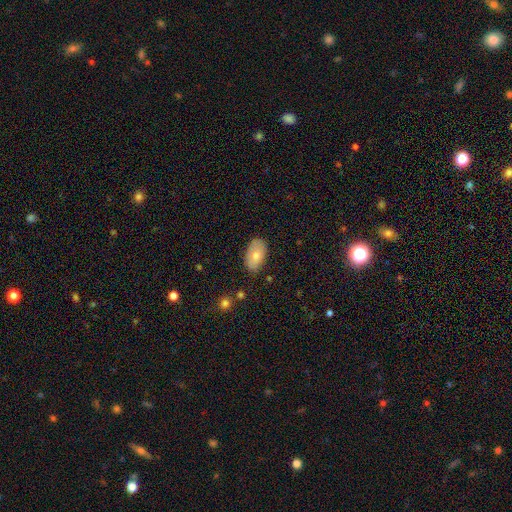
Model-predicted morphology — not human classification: A smooth galaxy with no disk features (74%) that is in between round and cigar-shaped (94%). Merging: none (77%).